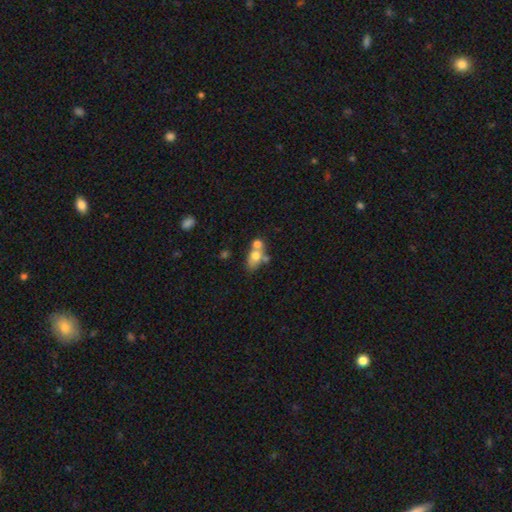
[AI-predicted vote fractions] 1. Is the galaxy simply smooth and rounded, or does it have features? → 67% smooth, 24% featured or disk, 10% star or artifact.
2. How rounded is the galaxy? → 68% in between, 28% round, 3% cigar-shaped.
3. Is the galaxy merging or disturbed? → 53% merger, 30% none, 11% minor disturbance, 6% major disturbance.